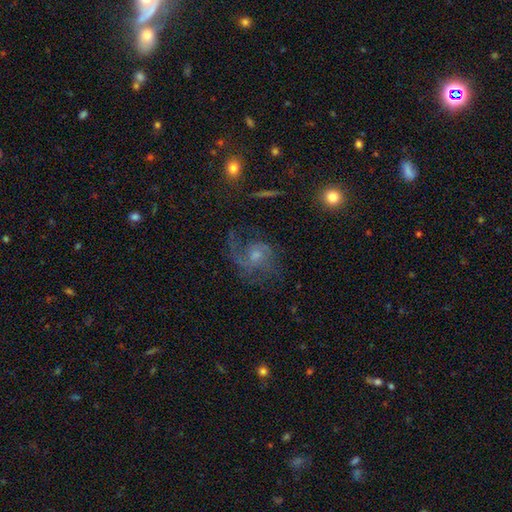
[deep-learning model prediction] This is likely a featured or disk galaxy (73%). It is clearly not viewed edge-on (97%). Bar: likely no (66%). Spiral arm pattern: clearly yes (88%). Spiral arm count: marginally 2 (41%). Spiral winding: marginally medium (43%). Central bulge: possibly moderate (47%). Merging: possibly none (51%).